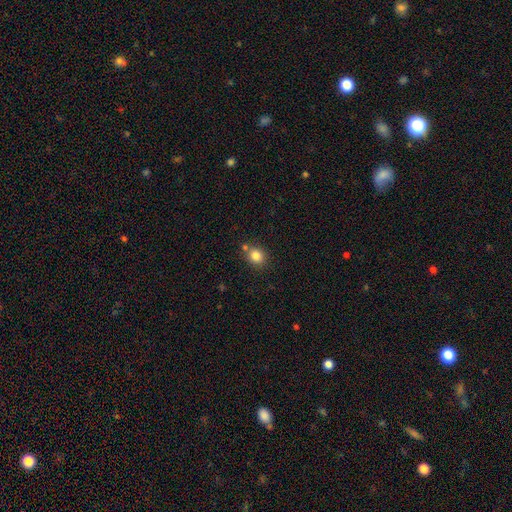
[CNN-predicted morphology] Smooth or featured: smooth — 83% (star or artifact — 11%)
How rounded: round — 74% (in between — 25%)
Merging: none — 72% (merger — 14%)